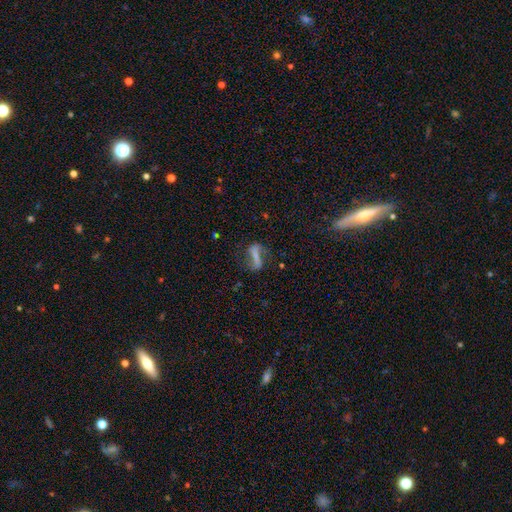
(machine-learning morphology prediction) Q: Smooth or featured?
A: featured or disk (54%); runner-up: smooth (35%)
Q: Edge-on disk?
A: no (86%); runner-up: yes (14%)
Q: Merging?
A: none (59%); runner-up: minor disturbance (19%)